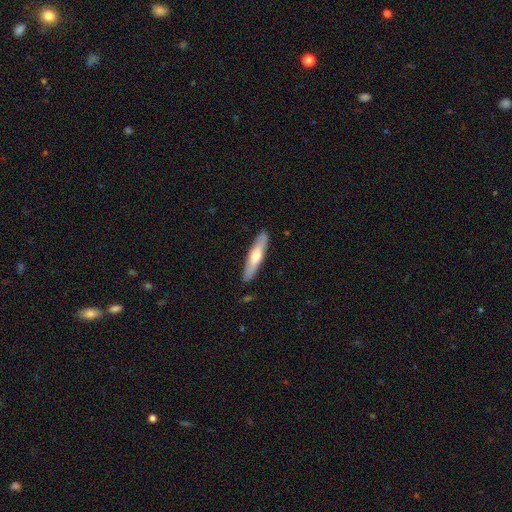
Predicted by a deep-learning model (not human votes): The model was most divided on "smooth or featured": smooth: 55%, featured or disk: 40%, star or artifact: 5%. More confident: merging — none (89%); how rounded — cigar-shaped (83%).